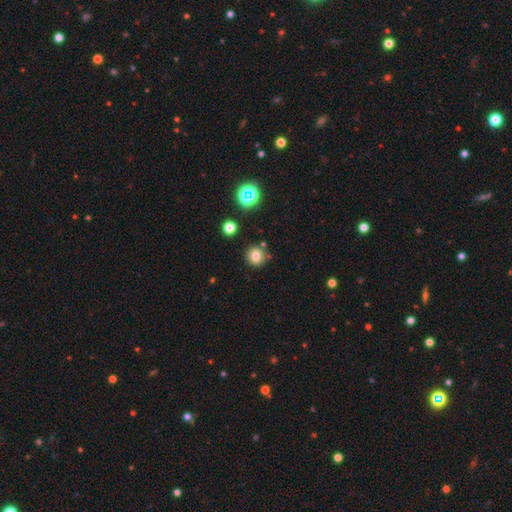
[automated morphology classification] Smooth or featured: smooth — 76% (star or artifact — 15%)
How rounded: round — 85% (in between — 14%)
Merging: none — 82% (minor disturbance — 10%)